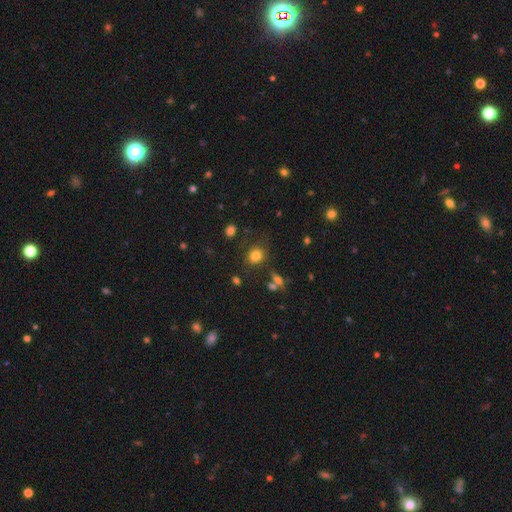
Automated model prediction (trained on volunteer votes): Morphology: type=smooth (79%); roundness=round (69%); merging=none (76%).